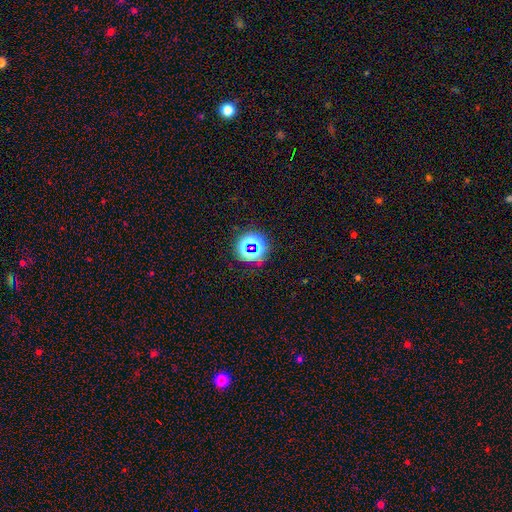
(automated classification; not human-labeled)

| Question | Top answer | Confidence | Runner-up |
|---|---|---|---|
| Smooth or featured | star or artifact | 73% | smooth (19%) |